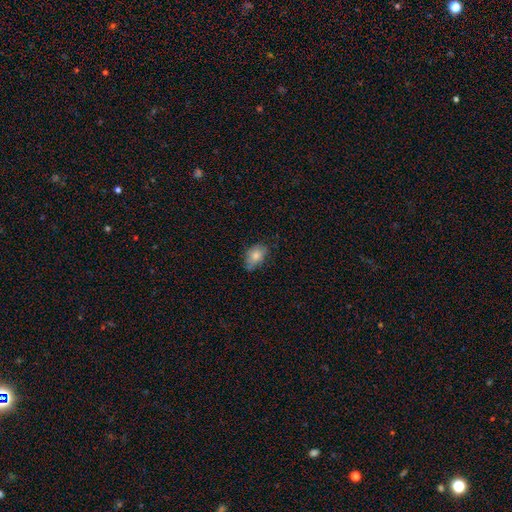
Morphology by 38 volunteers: Smooth or featured? 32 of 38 (84%) said smooth. How rounded? 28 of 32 (88%) said in between. Merging? 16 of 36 (44%) said minor disturbance.